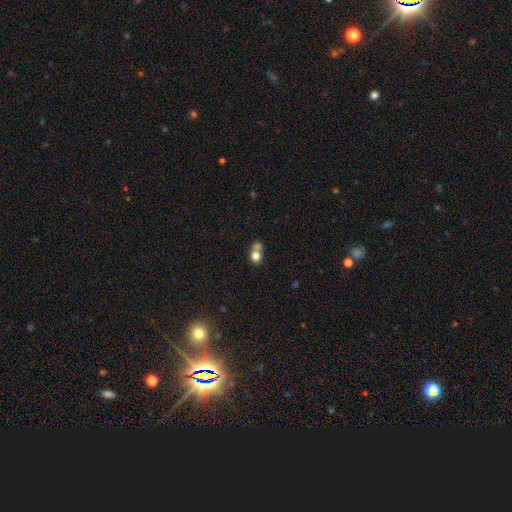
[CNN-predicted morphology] Smooth or featured? Predicted: smooth (p=0.76). How rounded? Predicted: round (p=0.65). Merging? Predicted: merger (p=0.53).